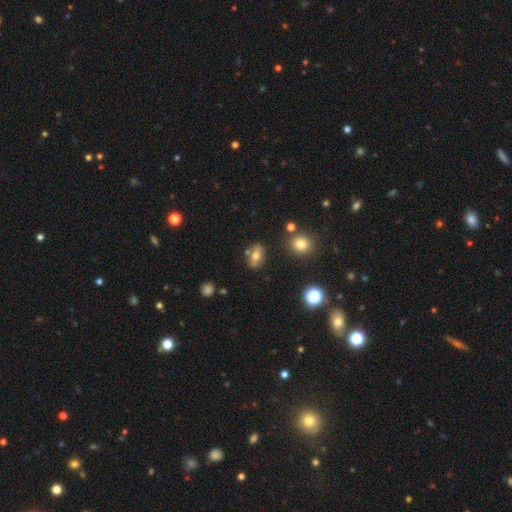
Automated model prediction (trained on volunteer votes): smooth-or-featured: smooth: 58% | featured or disk: 30% | star or artifact: 12%
  how-rounded: in between: 74% | cigar-shaped: 14% | round: 12%
  merging: none: 77% | minor disturbance: 11% | merger: 8% | major disturbance: 3%